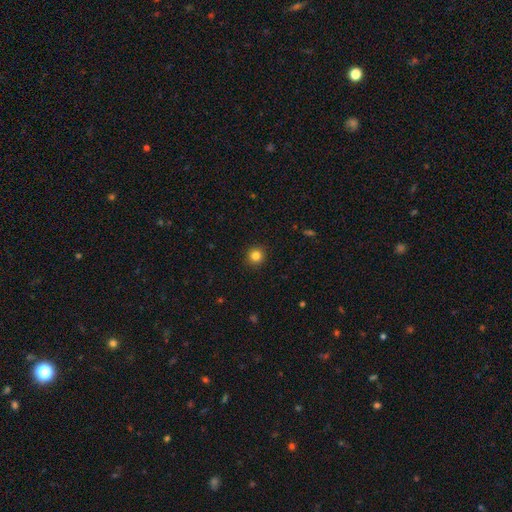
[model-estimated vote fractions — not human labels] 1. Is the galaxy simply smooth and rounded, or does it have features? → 83% smooth, 12% star or artifact, 5% featured or disk.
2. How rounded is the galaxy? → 94% round, 5% in between, 1% cigar-shaped.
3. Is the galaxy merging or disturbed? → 92% none, 5% minor disturbance, 2% major disturbance, 1% merger.